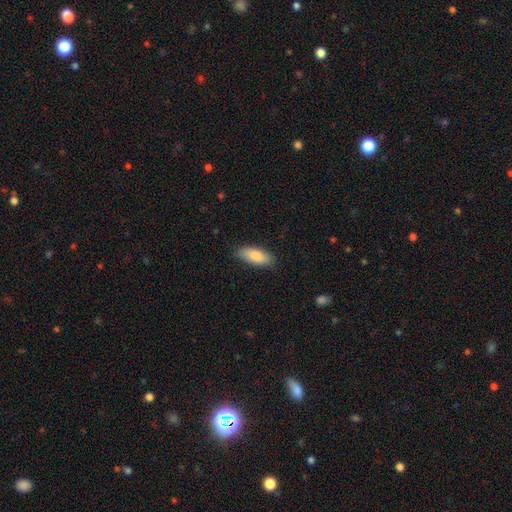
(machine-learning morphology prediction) This appears to be a smooth galaxy with no disk features (85%) that is in between round and cigar-shaped (77%). Merging: none (85%).